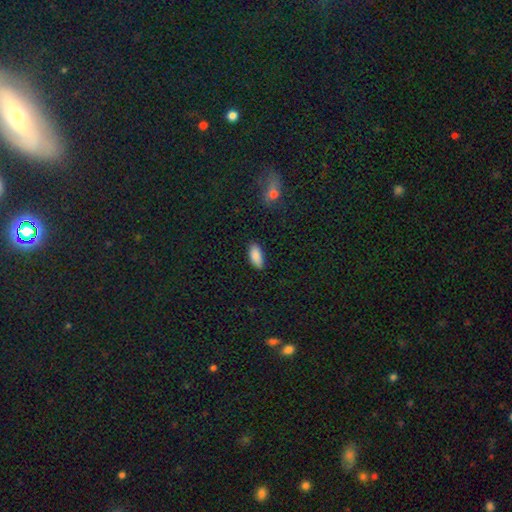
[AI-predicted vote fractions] Smooth or featured?
  - smooth: 88% *
  - star or artifact: 7%
  - featured or disk: 5%
How rounded?
  - in between: 88% *
  - cigar-shaped: 10%
  - round: 2%
Merging?
  - none: 86% *
  - minor disturbance: 10%
  - major disturbance: 2%
  - merger: 1%